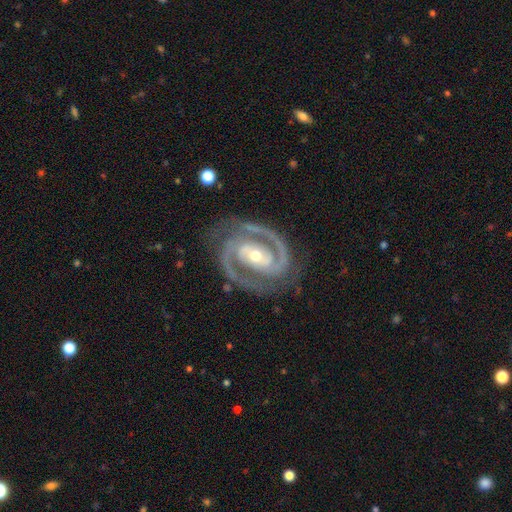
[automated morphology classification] Smooth or featured? featured or disk (94%)
Edge-on disk? no (98%)
Bar? no (38%)
Spiral arms? yes (99%)
Spiral winding? tight (53%)
Spiral arm count? 2 (93%)
Bulge size? moderate (58%)
Merging? none (81%)